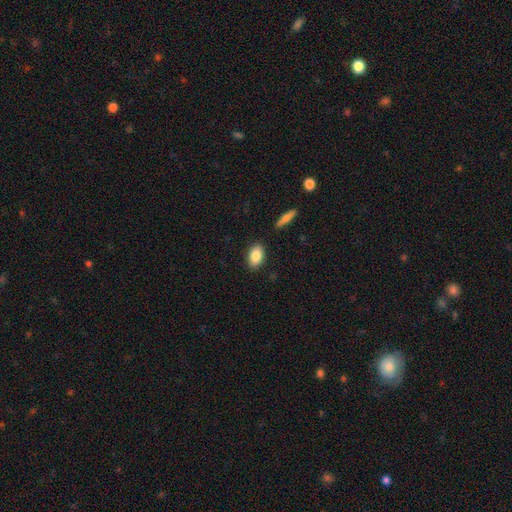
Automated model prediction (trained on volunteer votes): A smooth galaxy with no disk features (85%) that is in between round and cigar-shaped (92%).

Vote fractions:
- Smooth or featured? smooth: 85% / featured or disk: 8% / star or artifact: 7%
- How rounded? in between: 92% / round: 6% / cigar-shaped: 2%
- Merging? none: 87% / minor disturbance: 9% / merger: 2% / major disturbance: 2%